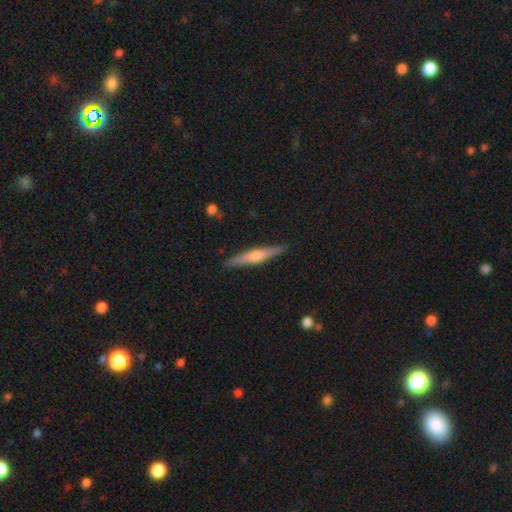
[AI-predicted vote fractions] Smooth or featured? Predicted: featured or disk (p=0.65). Edge-on disk? Predicted: yes (p=0.98). Edge-on bulge? Predicted: rounded (p=0.81). Merging? Predicted: none (p=0.91).